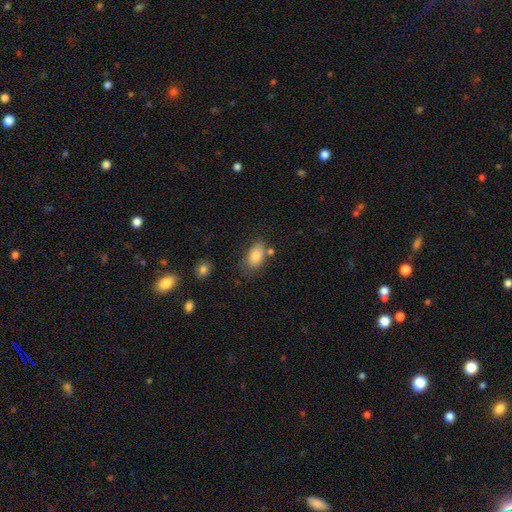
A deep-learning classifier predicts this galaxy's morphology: Smooth or featured: smooth — 83% (featured or disk — 9%)
How rounded: in between — 90% (round — 8%)
Merging: none — 63% (minor disturbance — 22%)